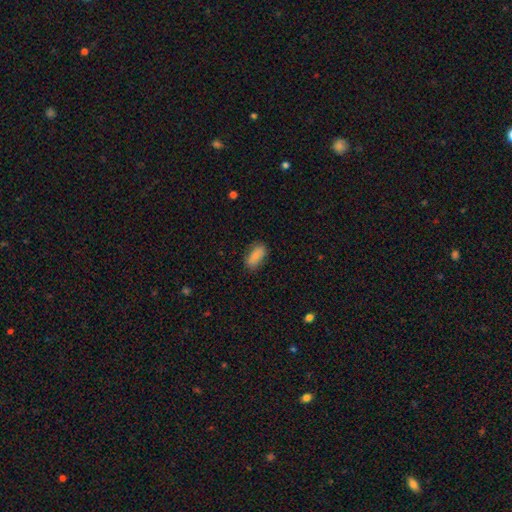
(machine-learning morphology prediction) Overall: smooth (83%). How rounded: in between (87%). Merging: none (80%).